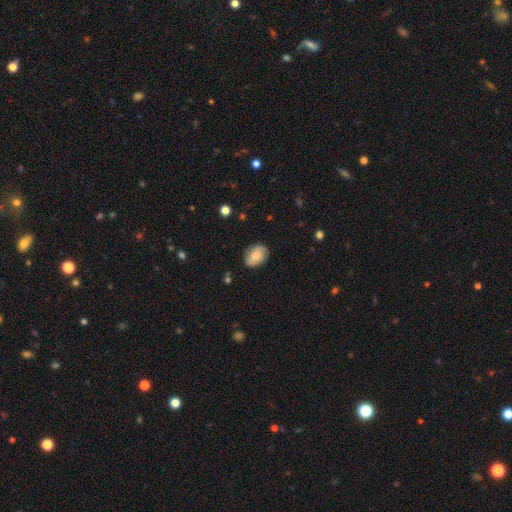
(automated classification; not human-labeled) A smooth galaxy with no disk features (65%) that is in between round and cigar-shaped (76%).

Vote fractions:
- Smooth or featured? smooth: 65% / featured or disk: 27% / star or artifact: 8%
- How rounded? in between: 76% / round: 23% / cigar-shaped: 1%
- Merging? none: 80% / minor disturbance: 15% / major disturbance: 4% / merger: 1%